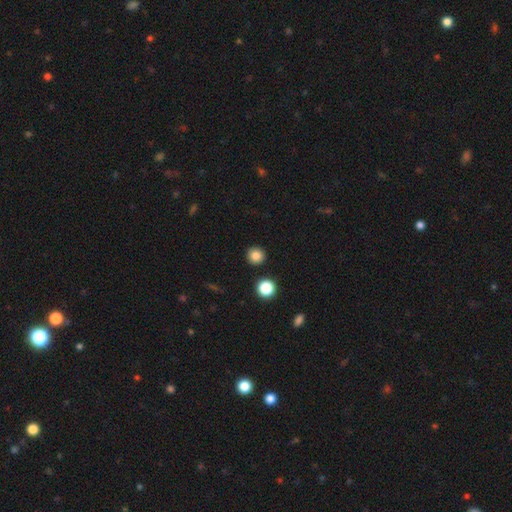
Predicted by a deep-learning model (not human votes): Morphology: type=smooth (84%); roundness=round (92%); merging=none (91%).